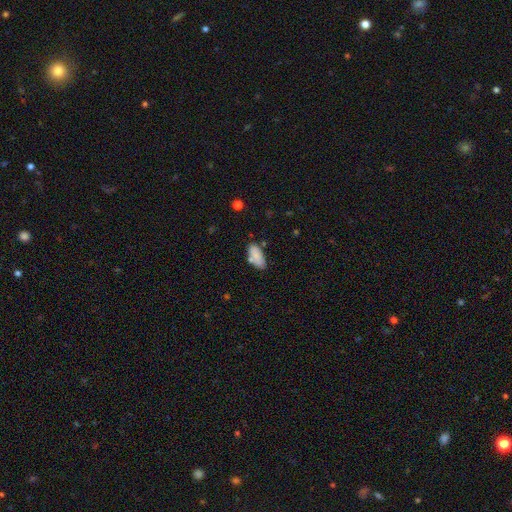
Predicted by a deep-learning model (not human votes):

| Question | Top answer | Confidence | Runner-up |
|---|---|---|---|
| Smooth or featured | smooth | 82% | featured or disk (10%) |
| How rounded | in between | 88% | cigar-shaped (10%) |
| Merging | none | 67% | minor disturbance (19%) |